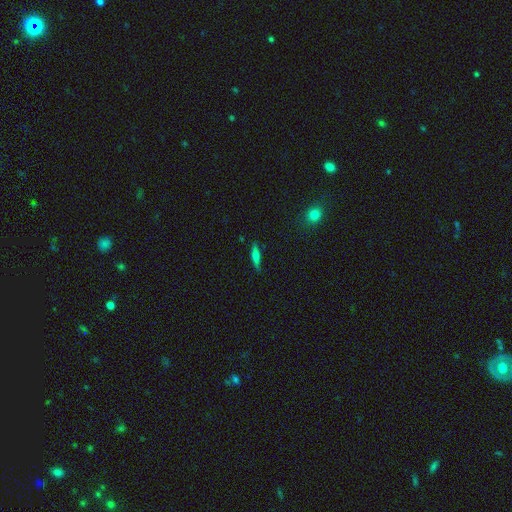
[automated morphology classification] Smooth or featured?
  - smooth: 49% *
  - featured or disk: 43%
  - star or artifact: 9%
Merging?
  - none: 84% *
  - minor disturbance: 12%
  - major disturbance: 2%
  - merger: 1%